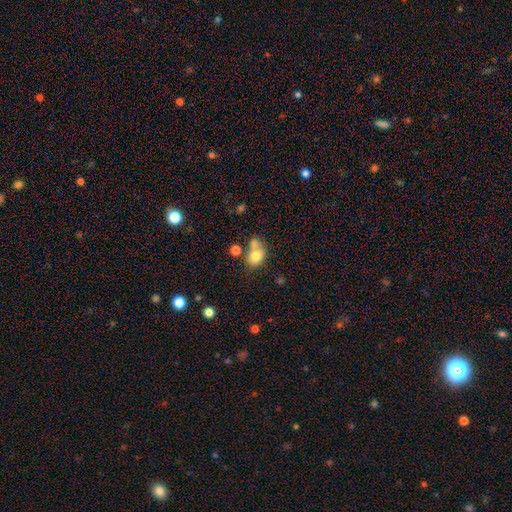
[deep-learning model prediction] Overall: smooth (76%). How rounded: in between (54%; round 45%). Merging: none (41%; merger 39%).